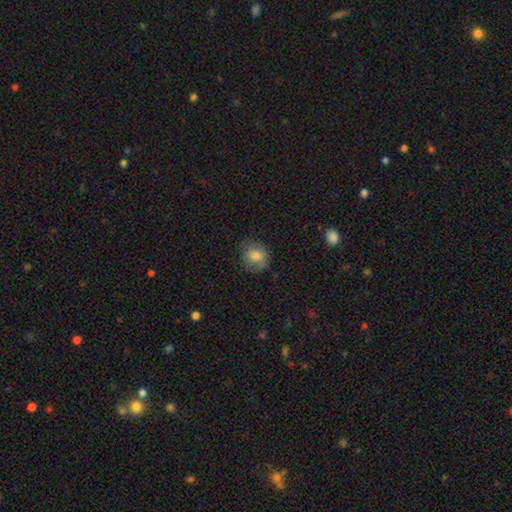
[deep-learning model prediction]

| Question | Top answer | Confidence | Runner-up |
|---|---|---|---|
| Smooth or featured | smooth | 77% | featured or disk (14%) |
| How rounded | round | 77% | in between (22%) |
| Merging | none | 74% | minor disturbance (19%) |